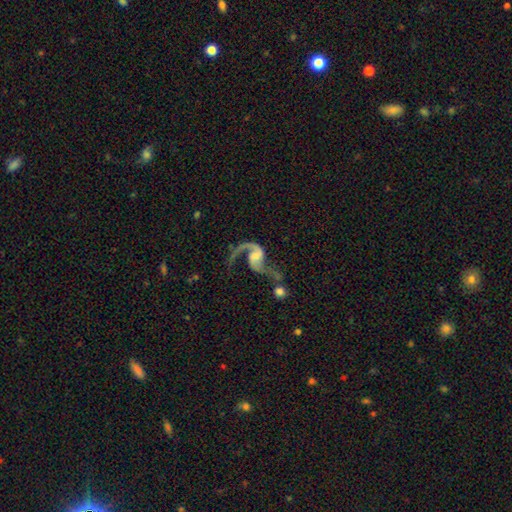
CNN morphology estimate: This appears to be a featured or disk galaxy (88%) with no bar (46%), 2 (81%) loose (77%) spiral arms (96%) and a small central bulge (37%). Merging: none (33%).